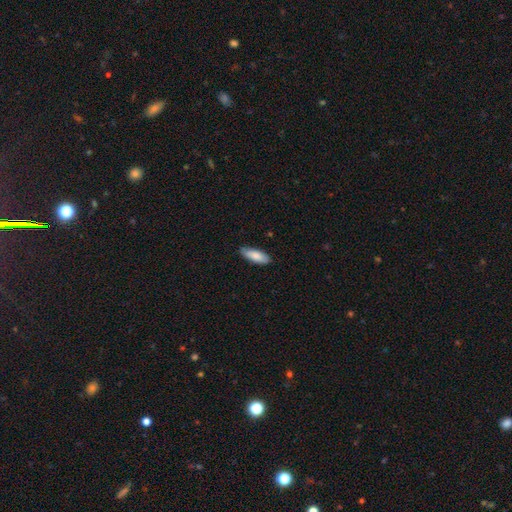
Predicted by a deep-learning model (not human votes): Smooth or featured: smooth — 86% (featured or disk — 8%)
How rounded: in between — 64% (cigar-shaped — 34%)
Merging: none — 85% (minor disturbance — 12%)